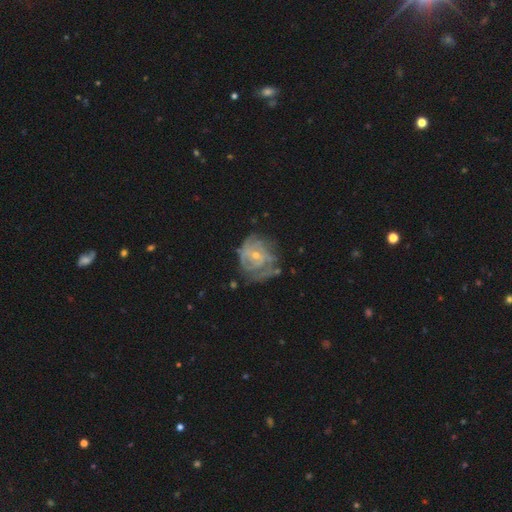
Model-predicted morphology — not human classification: Smooth or featured?
  - featured or disk: 79% *
  - smooth: 14%
  - star or artifact: 7%
Edge-on disk?
  - no: 98% *
  - yes: 2%
Bar?
  - no: 69% *
  - weak: 26%
  - strong: 5%
Spiral arms?
  - yes: 83% *
  - no: 17%
Spiral winding?
  - tight: 61% *
  - medium: 29%
  - loose: 10%
Spiral arm count?
  - can't tell: 47% *
  - 2: 21%
  - 3: 15%
  - 4: 7%
  - 1: 6%
  - more than 4: 4%
Bulge size?
  - small: 59% *
  - moderate: 38%
  - none: 1%
  - large: 1%
  - dominant: 1%
Merging?
  - none: 50% *
  - minor disturbance: 27%
  - major disturbance: 21%
  - merger: 3%